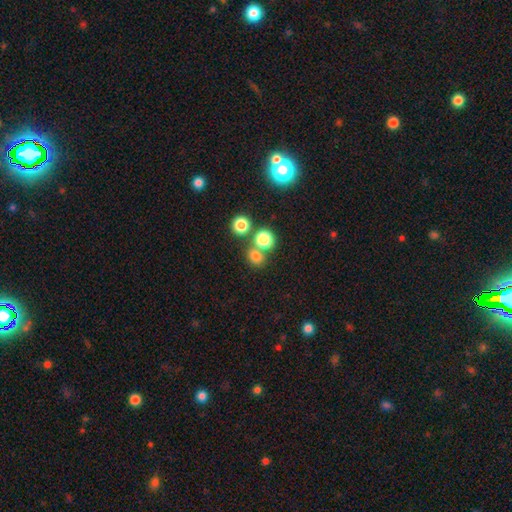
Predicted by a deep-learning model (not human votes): smooth-or-featured: smooth: 72% | star or artifact: 21% | featured or disk: 7%
  how-rounded: round: 73% | in between: 25% | cigar-shaped: 1%
  merging: none: 61% | merger: 27% | minor disturbance: 8% | major disturbance: 4%